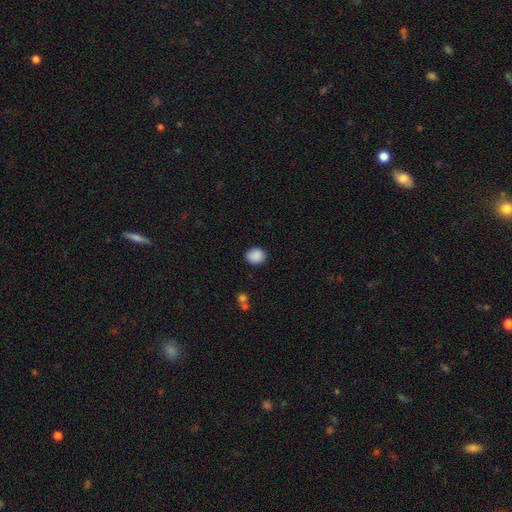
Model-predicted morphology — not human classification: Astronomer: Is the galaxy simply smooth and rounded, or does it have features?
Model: smooth — 89%.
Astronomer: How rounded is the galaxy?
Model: round — 69%.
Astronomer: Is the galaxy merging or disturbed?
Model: none — 87%.